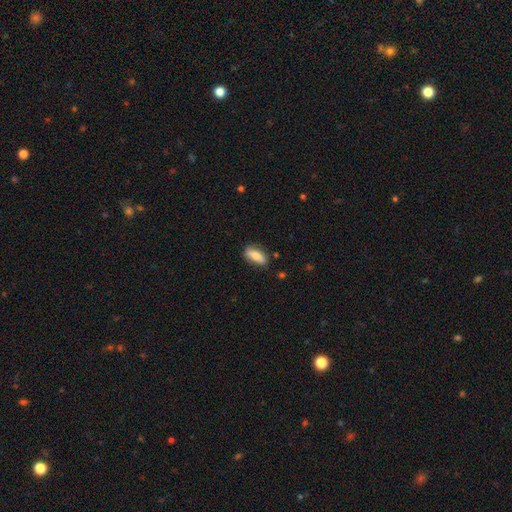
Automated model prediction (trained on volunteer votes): Overall: smooth (80%). How rounded: in between (75%). Merging: none (77%).